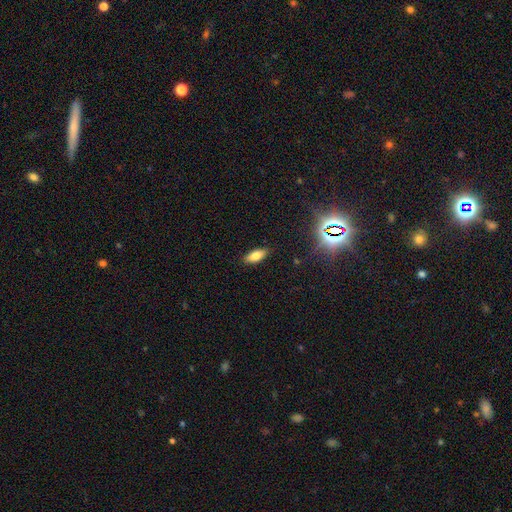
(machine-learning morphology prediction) smooth_or_featured: smooth (p=0.76) [alt: featured or disk p=0.14]
how_rounded: in between (p=0.79) [alt: cigar-shaped p=0.19]
merging: none (p=0.88) [alt: minor disturbance p=0.09]